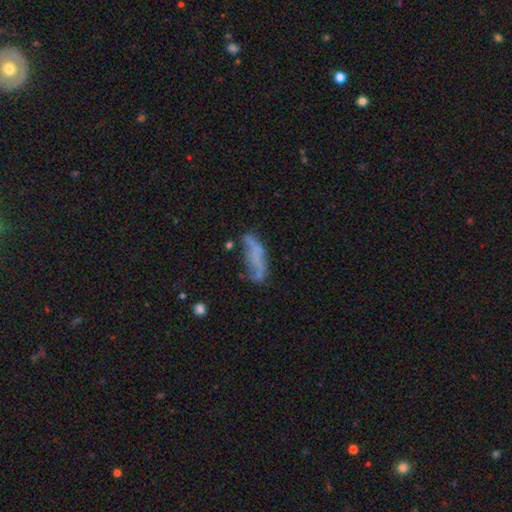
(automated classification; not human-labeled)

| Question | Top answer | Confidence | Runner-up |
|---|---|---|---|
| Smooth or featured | featured or disk | 44% | smooth (43%) |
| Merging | none | 39% | major disturbance (25%) |